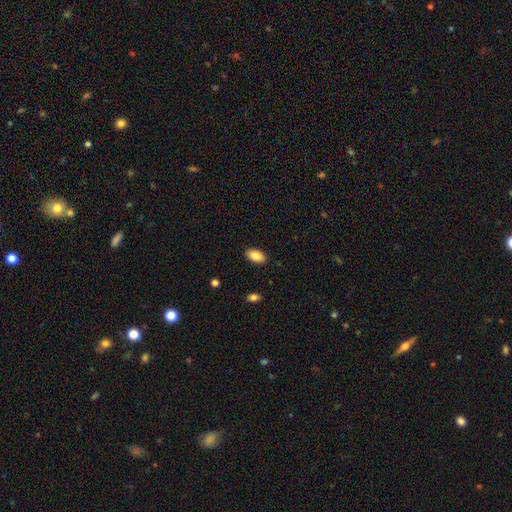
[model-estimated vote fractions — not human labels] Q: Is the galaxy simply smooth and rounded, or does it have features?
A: smooth — 86%.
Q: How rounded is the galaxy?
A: in between — 94%.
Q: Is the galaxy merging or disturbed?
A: none — 89%.